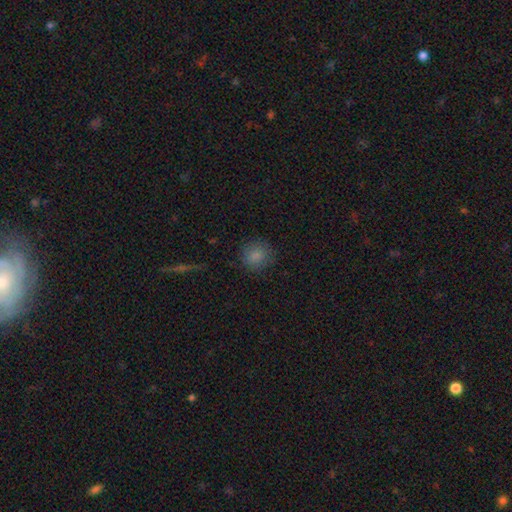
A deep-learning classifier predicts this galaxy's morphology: A smooth galaxy with no disk features (84%) that is round (88%). Merging: none (84%).